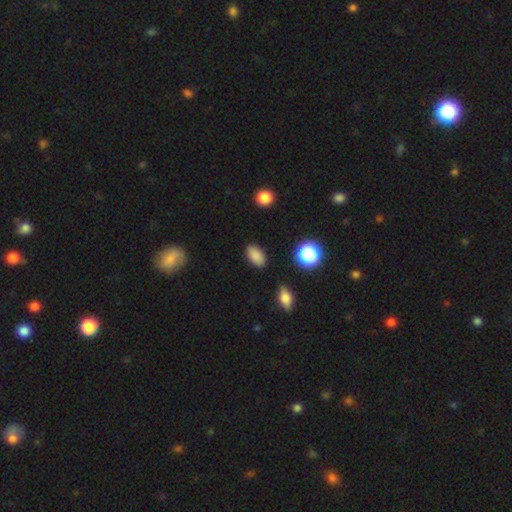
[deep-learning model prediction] The model was most divided on "smooth or featured": smooth: 85%, star or artifact: 11%, featured or disk: 4%. More confident: how rounded — in between (90%); merging — none (88%).